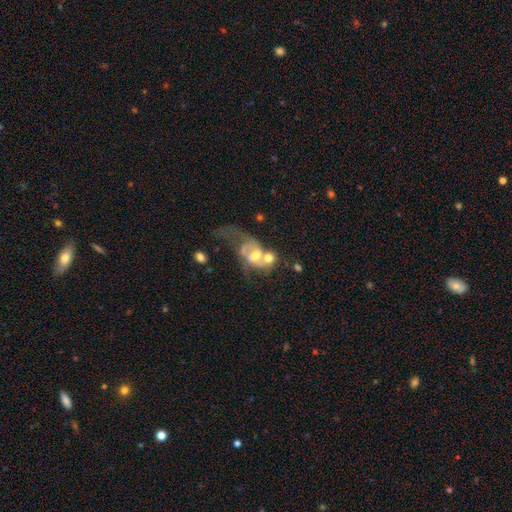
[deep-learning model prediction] Smooth or featured? Predicted: featured or disk (p=0.56). Edge-on disk? Predicted: no (p=0.95). Bar? Predicted: no (p=0.62). Spiral arms? Predicted: yes (p=0.56). Bulge size? Predicted: moderate (p=0.53). Merging? Predicted: merger (p=0.59).